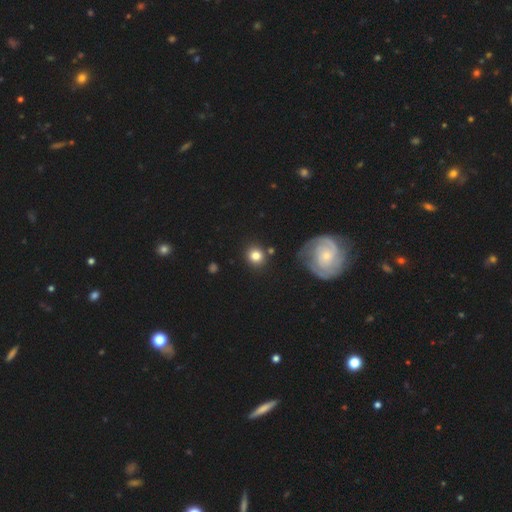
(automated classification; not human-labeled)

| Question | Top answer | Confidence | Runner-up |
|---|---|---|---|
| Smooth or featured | smooth | 79% | featured or disk (11%) |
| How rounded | round | 86% | in between (13%) |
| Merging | none | 82% | minor disturbance (9%) |